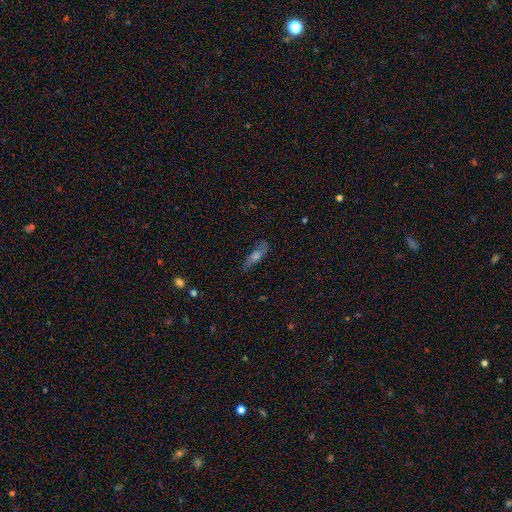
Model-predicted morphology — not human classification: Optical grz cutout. It shows a featured or disk galaxy (49%). Merging: none (71%).